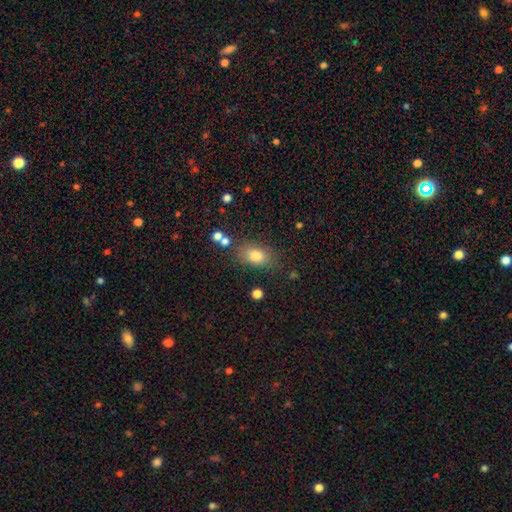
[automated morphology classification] Smooth or featured? smooth (78%)
How rounded? in between (81%)
Merging? none (73%)